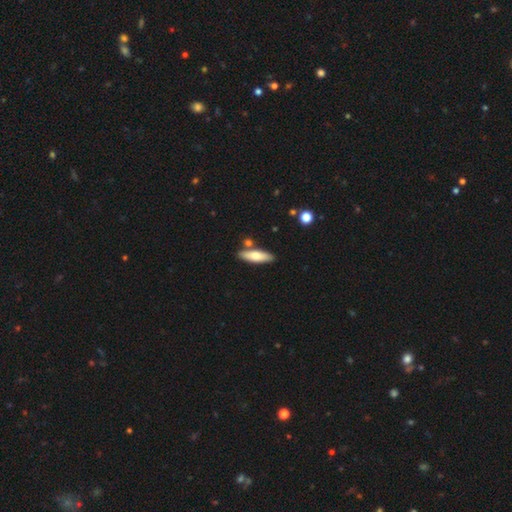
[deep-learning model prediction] Smooth or featured? smooth (68%)
How rounded? cigar-shaped (58%)
Merging? none (80%)